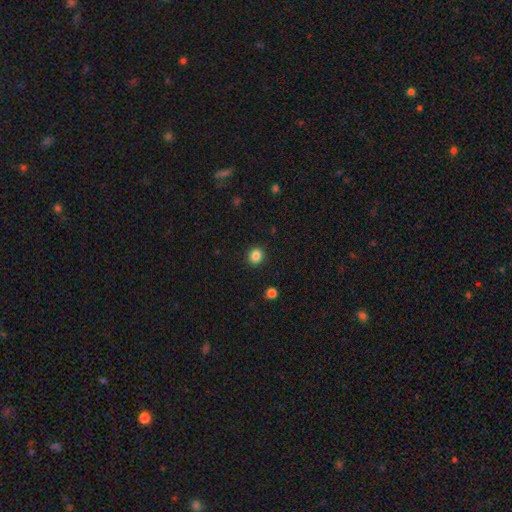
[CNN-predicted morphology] Smooth or featured?
  - smooth: 86% *
  - star or artifact: 11%
  - featured or disk: 3%
How rounded?
  - round: 83% *
  - in between: 16%
  - cigar-shaped: 1%
Merging?
  - none: 91% *
  - minor disturbance: 6%
  - major disturbance: 2%
  - merger: 1%